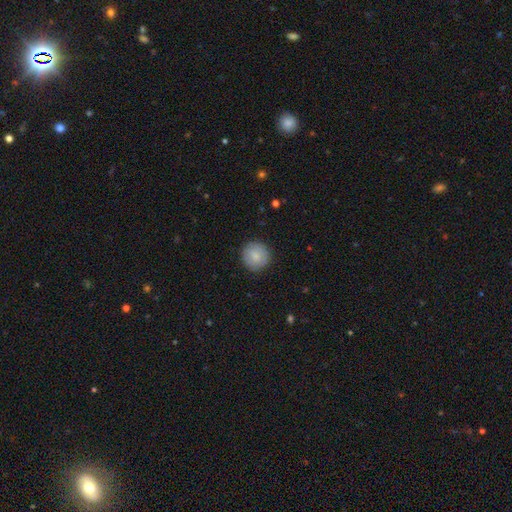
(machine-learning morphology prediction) The model was most divided on "smooth or featured": smooth: 83%, featured or disk: 10%, star or artifact: 7%. More confident: how rounded — round (93%); merging — none (89%).